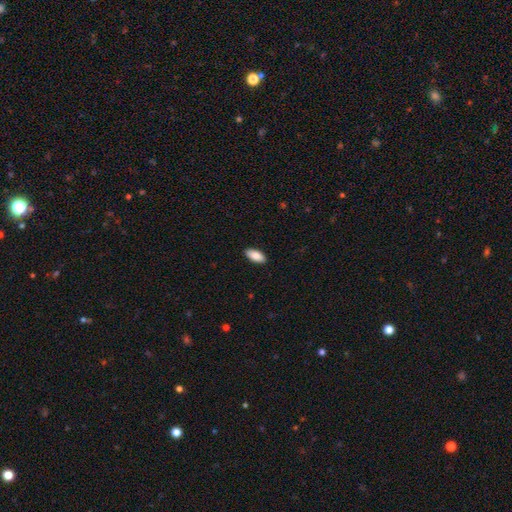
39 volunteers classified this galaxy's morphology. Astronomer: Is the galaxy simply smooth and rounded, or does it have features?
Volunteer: smooth — 77%.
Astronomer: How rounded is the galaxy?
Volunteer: in between — 90%.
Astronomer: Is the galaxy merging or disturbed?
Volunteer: none — 86%.